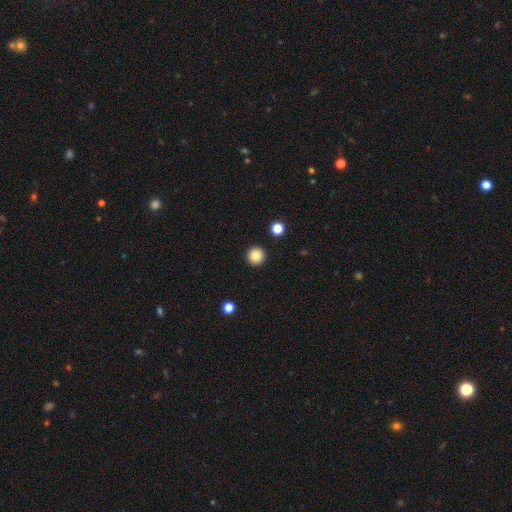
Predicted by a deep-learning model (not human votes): This is clearly a smooth galaxy (85%). How rounded: clearly round (96%). Merging: clearly none (93%).